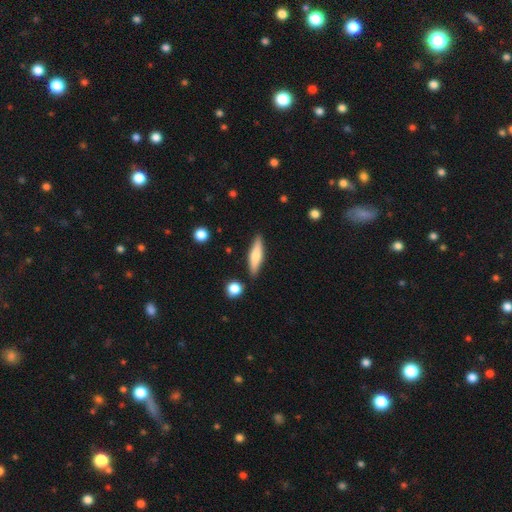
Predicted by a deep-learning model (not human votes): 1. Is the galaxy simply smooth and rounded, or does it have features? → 60% smooth, 34% featured or disk, 6% star or artifact.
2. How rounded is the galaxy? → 73% cigar-shaped, 25% in between, 2% round.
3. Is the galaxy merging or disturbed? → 86% none, 9% minor disturbance, 3% merger, 2% major disturbance.